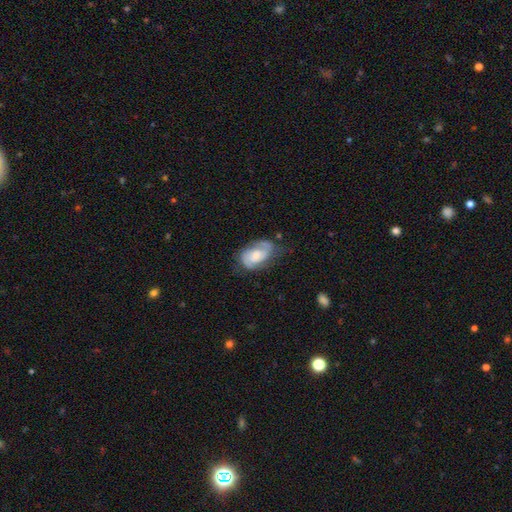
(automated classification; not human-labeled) Smooth or featured? featured or disk (65%)
Edge-on disk? no (96%)
Bar? no (60%)
Spiral arms? yes (88%)
Spiral winding? medium (42%, tied with tight)
Spiral arm count? 2 (69%)
Bulge size? moderate (44%)
Merging? none (54%)